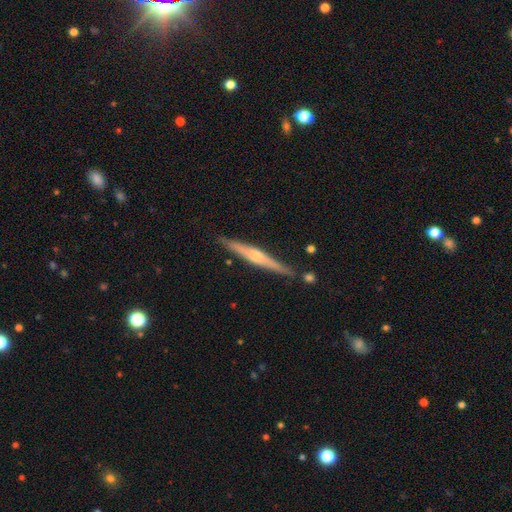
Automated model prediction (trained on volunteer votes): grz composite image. It shows a featured or disk galaxy (71%) viewed edge-on (98%) with a rounded central bulge (75%). Merging: none (86%).